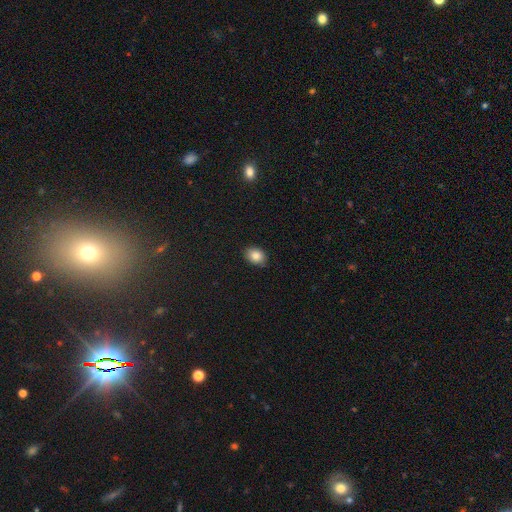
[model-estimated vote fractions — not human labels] The model was most divided on "how rounded": in between: 61%, round: 38%, cigar-shaped: 1%. More confident: merging — none (85%); smooth or featured — smooth (85%).